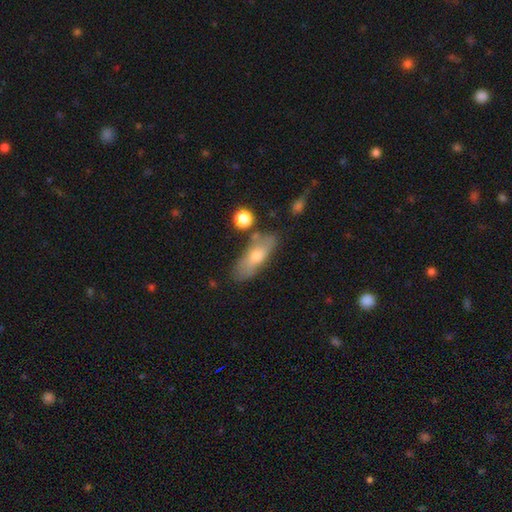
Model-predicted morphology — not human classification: type=smooth (60%); roundness=in between (63%); merging=none (69%).